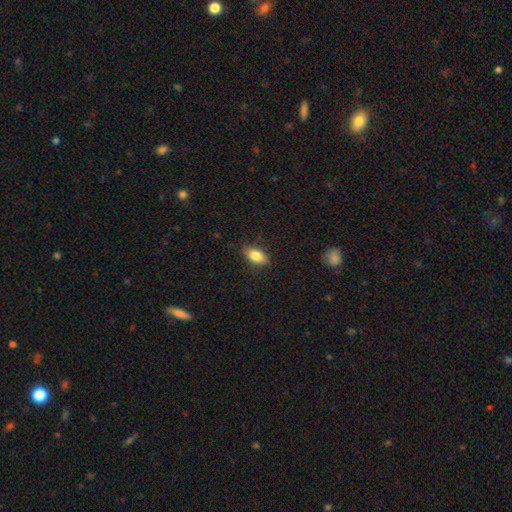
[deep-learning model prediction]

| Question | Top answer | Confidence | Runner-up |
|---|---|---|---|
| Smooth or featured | smooth | 81% | featured or disk (12%) |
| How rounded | in between | 87% | cigar-shaped (8%) |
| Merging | none | 82% | minor disturbance (14%) |